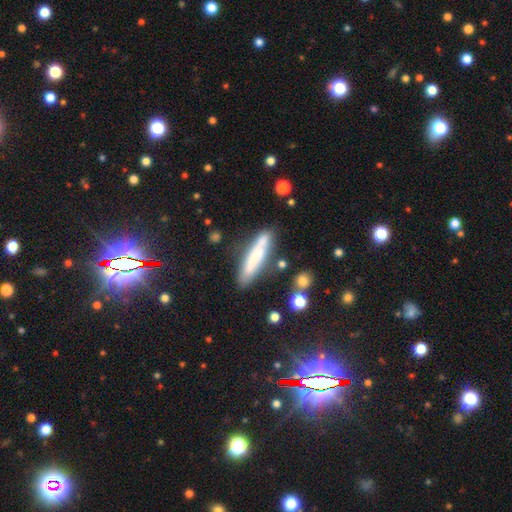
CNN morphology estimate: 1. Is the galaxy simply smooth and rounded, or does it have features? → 61% smooth, 31% featured or disk, 8% star or artifact.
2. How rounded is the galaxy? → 86% cigar-shaped, 12% in between, 2% round.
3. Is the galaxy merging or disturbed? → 70% none, 17% minor disturbance, 8% merger, 5% major disturbance.